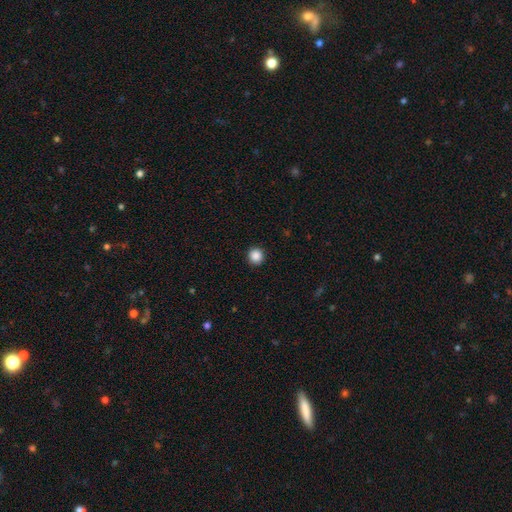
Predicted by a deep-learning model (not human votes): This is clearly a smooth galaxy (88%). How rounded: clearly round (94%). Merging: clearly none (93%).